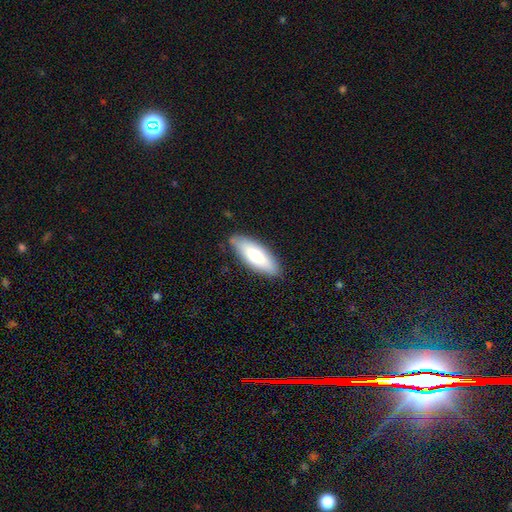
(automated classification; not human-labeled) smooth-or-featured: smooth: 73% | featured or disk: 22% | star or artifact: 6%
  how-rounded: in between: 66% | cigar-shaped: 33% | round: 2%
  merging: none: 84% | minor disturbance: 13% | major disturbance: 2% | merger: 1%